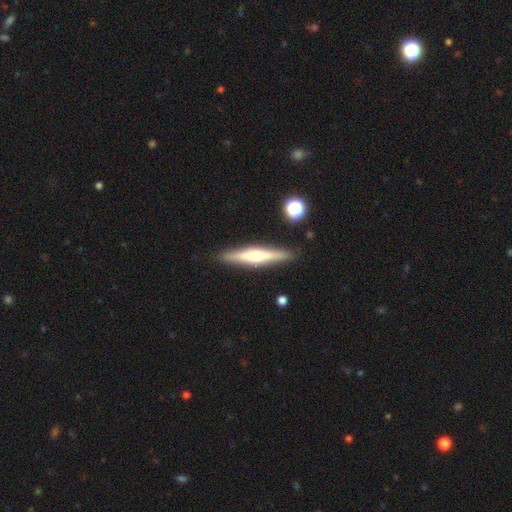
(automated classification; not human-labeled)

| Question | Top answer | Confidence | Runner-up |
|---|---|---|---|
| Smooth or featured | featured or disk | 60% | smooth (33%) |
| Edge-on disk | yes | 96% | no (4%) |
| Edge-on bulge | rounded | 85% | none (8%) |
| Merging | none | 89% | minor disturbance (7%) |